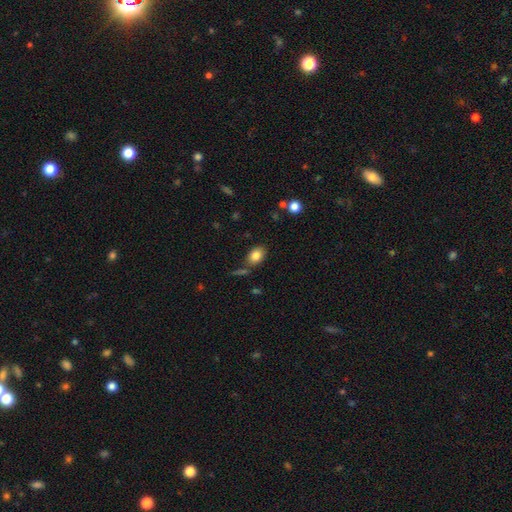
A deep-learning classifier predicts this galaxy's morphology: smooth 83%, star or artifact 9%, featured or disk 8%. Down the decision tree: how rounded — in between (80%); merging — none (75%).